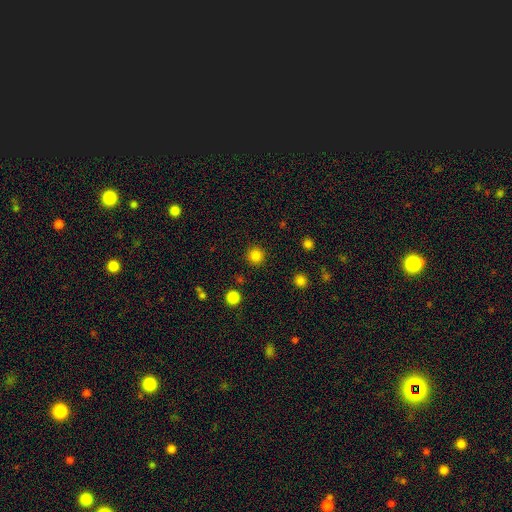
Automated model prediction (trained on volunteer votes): smooth_or_featured: smooth (p=0.83) [alt: star or artifact p=0.13]
how_rounded: round (p=0.95) [alt: in between p=0.04]
merging: none (p=0.91) [alt: minor disturbance p=0.05]